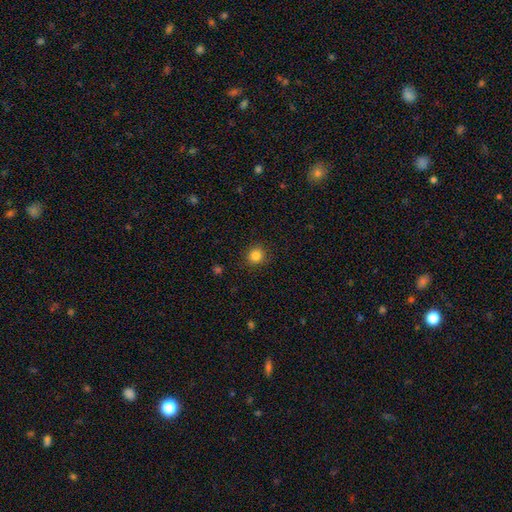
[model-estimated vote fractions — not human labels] This appears to be a smooth galaxy with no disk features (84%) that is round (91%). Merging: none (90%).